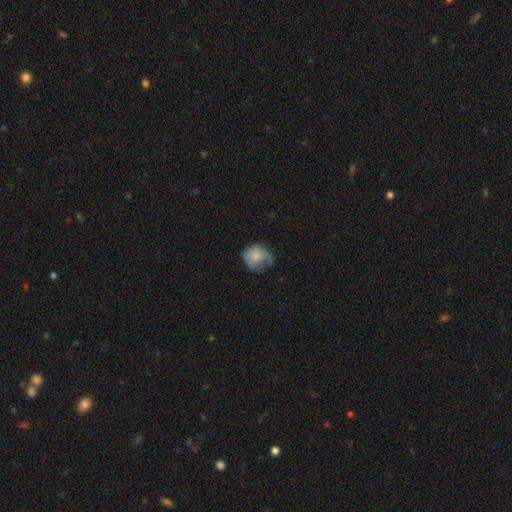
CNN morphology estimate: Overall: smooth (67%). How rounded: round (71%). Merging: none (36%; minor disturbance 35%).